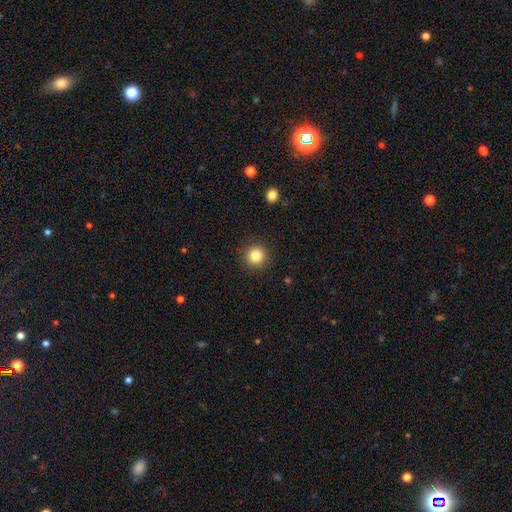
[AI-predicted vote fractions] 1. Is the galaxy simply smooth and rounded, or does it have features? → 83% smooth, 11% star or artifact, 6% featured or disk.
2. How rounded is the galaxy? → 95% round, 4% in between, 1% cigar-shaped.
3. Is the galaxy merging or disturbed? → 91% none, 6% minor disturbance, 2% major disturbance, 1% merger.